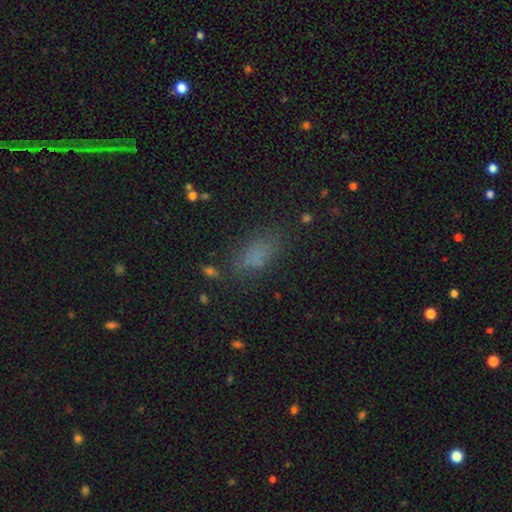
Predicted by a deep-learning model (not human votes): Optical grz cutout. It shows a smooth galaxy with no disk features (73%) that is in between round and cigar-shaped (83%). Merging: none (65%).